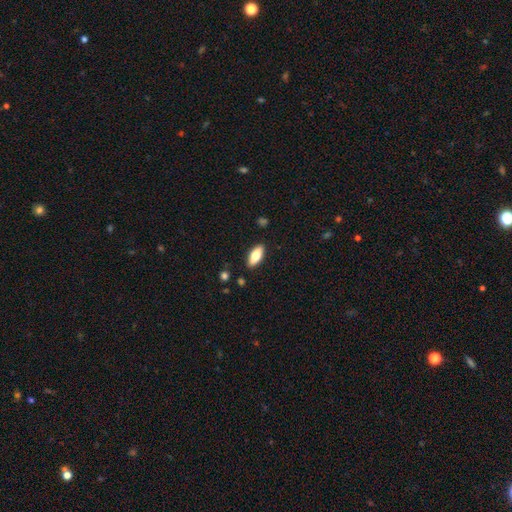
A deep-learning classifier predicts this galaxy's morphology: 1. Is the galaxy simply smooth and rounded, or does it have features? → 74% smooth, 20% featured or disk, 6% star or artifact.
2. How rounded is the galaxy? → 82% in between, 16% cigar-shaped, 2% round.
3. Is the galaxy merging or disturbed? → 88% none, 9% minor disturbance, 2% major disturbance, 1% merger.